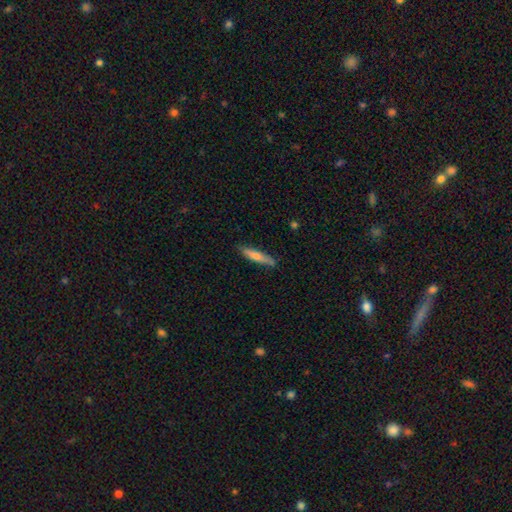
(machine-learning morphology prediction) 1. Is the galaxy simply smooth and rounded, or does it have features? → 54% smooth, 39% featured or disk, 6% star or artifact.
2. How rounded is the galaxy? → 89% cigar-shaped, 9% in between, 2% round.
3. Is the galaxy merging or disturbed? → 85% none, 12% minor disturbance, 2% major disturbance, 1% merger.